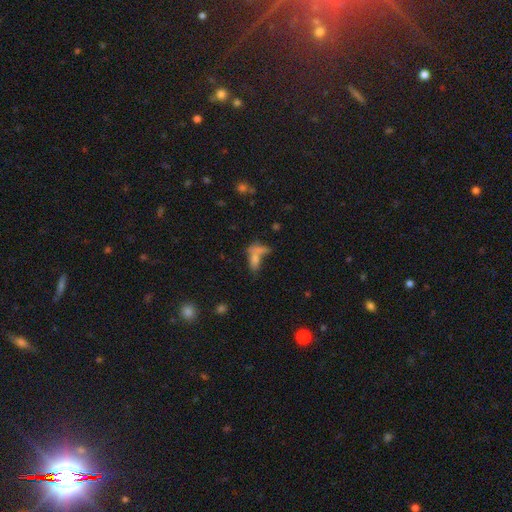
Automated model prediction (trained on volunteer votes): Q: Smooth or featured?
A: smooth (69%); runner-up: featured or disk (17%)
Q: How rounded?
A: in between (69%); runner-up: cigar-shaped (23%)
Q: Merging?
A: merger (47%); runner-up: none (32%)